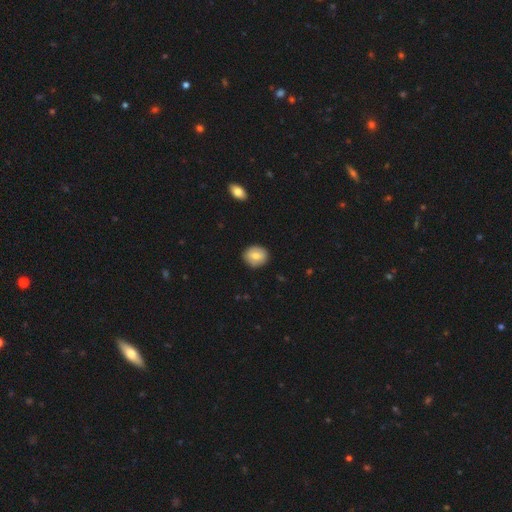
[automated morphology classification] smooth_or_featured: smooth (p=0.76) [alt: featured or disk p=0.17]
how_rounded: round (p=0.74) [alt: in between p=0.25]
merging: none (p=0.88) [alt: minor disturbance p=0.09]